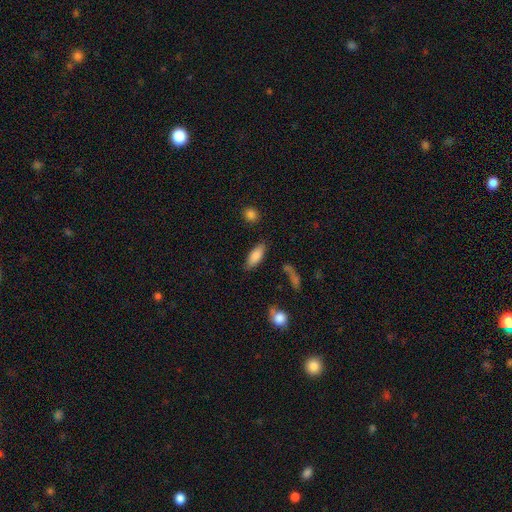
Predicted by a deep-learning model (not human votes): This is clearly a smooth galaxy (82%). How rounded: likely in between (79%). Merging: likely none (79%).